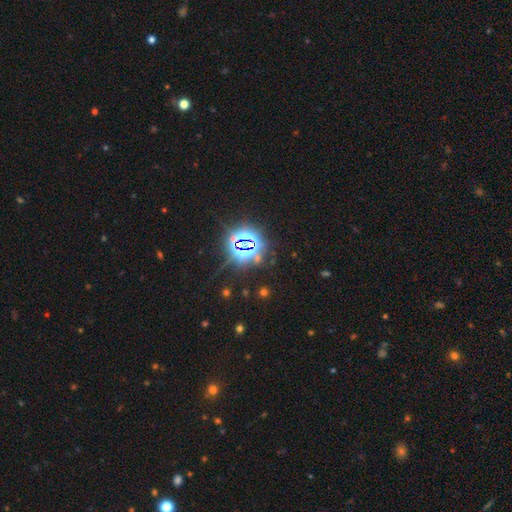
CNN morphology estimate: This is clearly a star or artifact rather than a galaxy (82%).